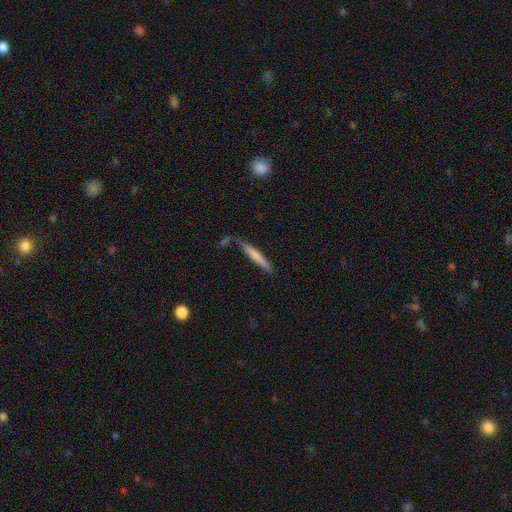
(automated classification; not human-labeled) Smooth or featured? Predicted: smooth (p=0.66). How rounded? Predicted: cigar-shaped (p=0.95). Merging? Predicted: none (p=0.77).